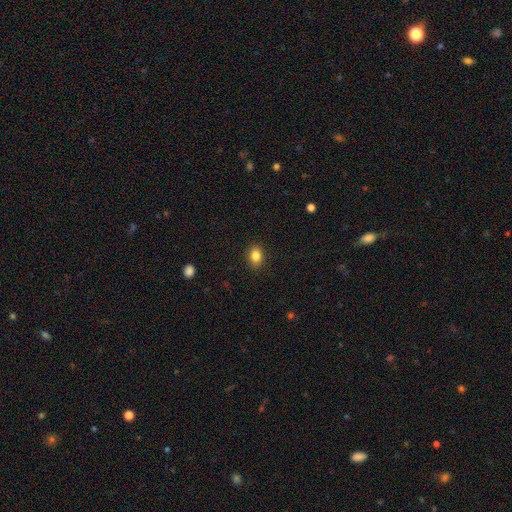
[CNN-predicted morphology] smooth_or_featured: smooth (p=0.85) [alt: star or artifact p=0.10]
how_rounded: in between (p=0.59) [alt: round p=0.40]
merging: none (p=0.89) [alt: minor disturbance p=0.08]